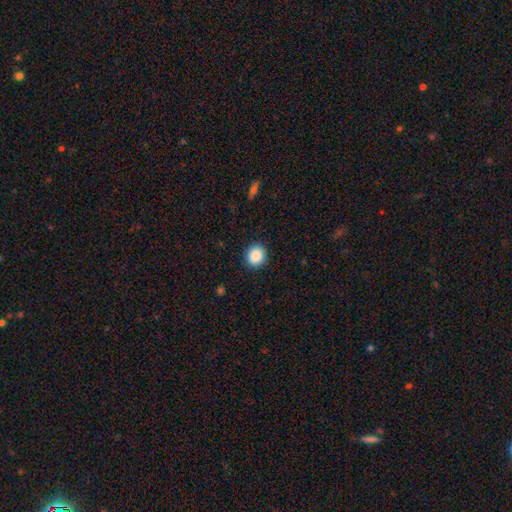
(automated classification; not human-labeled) The model was most divided on "how rounded": round: 85%, in between: 14%, cigar-shaped: 1%. More confident: merging — none (91%); smooth or featured — smooth (88%).